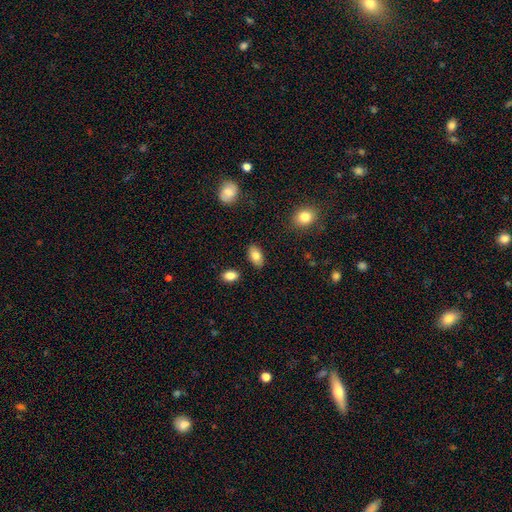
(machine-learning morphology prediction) Smooth or featured?
  - smooth: 82% *
  - featured or disk: 11%
  - star or artifact: 8%
How rounded?
  - in between: 92% *
  - round: 6%
  - cigar-shaped: 3%
Merging?
  - none: 86% *
  - minor disturbance: 9%
  - merger: 2%
  - major disturbance: 2%